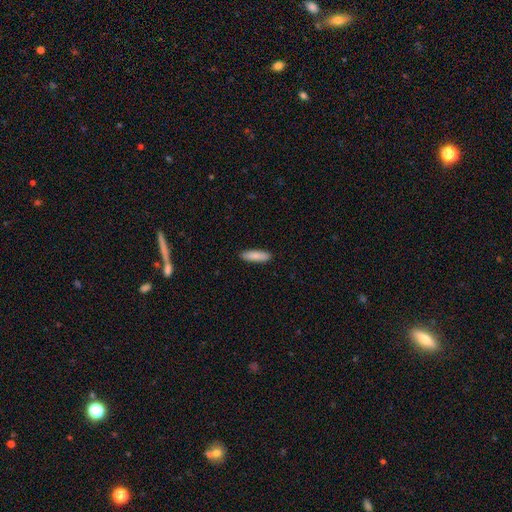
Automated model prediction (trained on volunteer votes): A smooth galaxy with no disk features (87%) that is cigar-shaped (56%).

Vote fractions:
- Smooth or featured? smooth: 87% / featured or disk: 7% / star or artifact: 6%
- How rounded? cigar-shaped: 56% / in between: 43% / round: 2%
- Merging? none: 90% / minor disturbance: 7% / major disturbance: 2% / merger: 1%